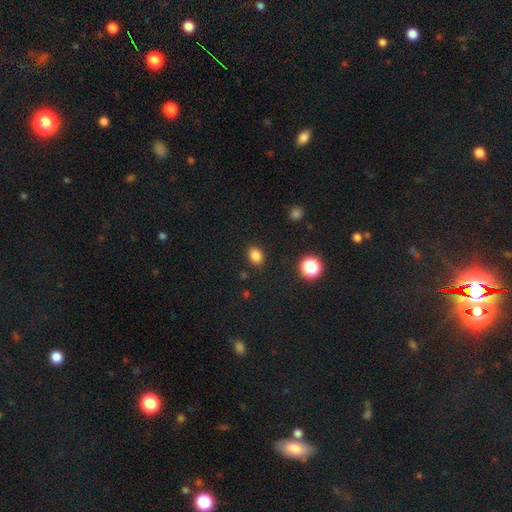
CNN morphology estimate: Overall: smooth (83%). How rounded: in between (64%; round 35%). Merging: none (86%).